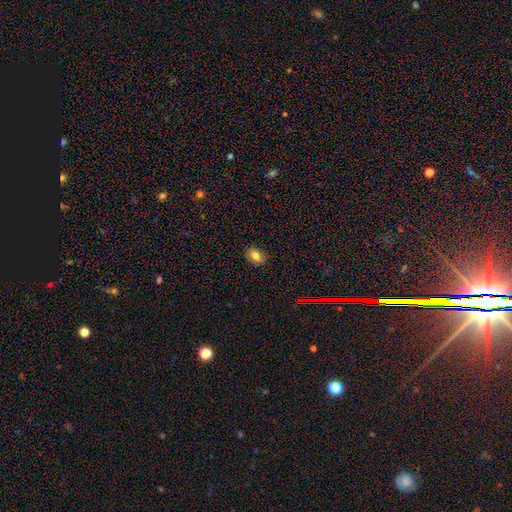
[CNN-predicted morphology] A smooth galaxy with no disk features (76%) that is in between round and cigar-shaped (72%). Merging: none (86%).